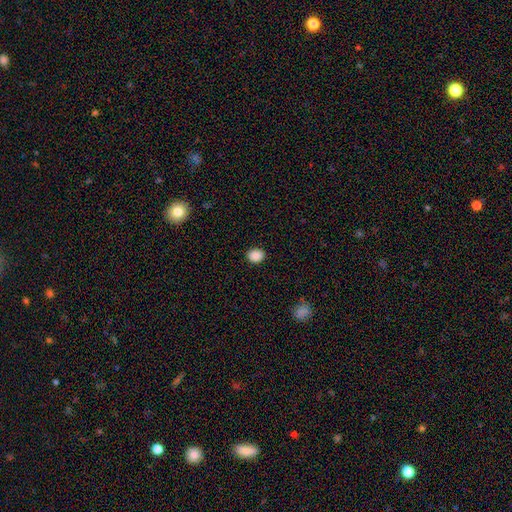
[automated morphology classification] smooth_or_featured: smooth (p=0.88) [alt: star or artifact p=0.09]
how_rounded: round (p=0.60) [alt: in between p=0.39]
merging: none (p=0.90) [alt: minor disturbance p=0.07]